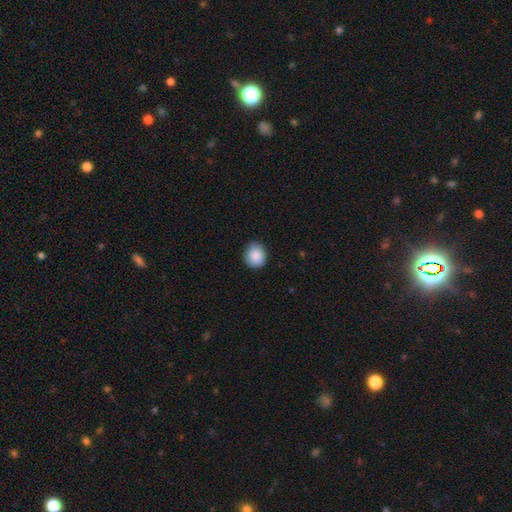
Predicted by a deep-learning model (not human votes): Smooth or featured: smooth — 89% (star or artifact — 8%)
How rounded: round — 76% (in between — 23%)
Merging: none — 83% (minor disturbance — 14%)